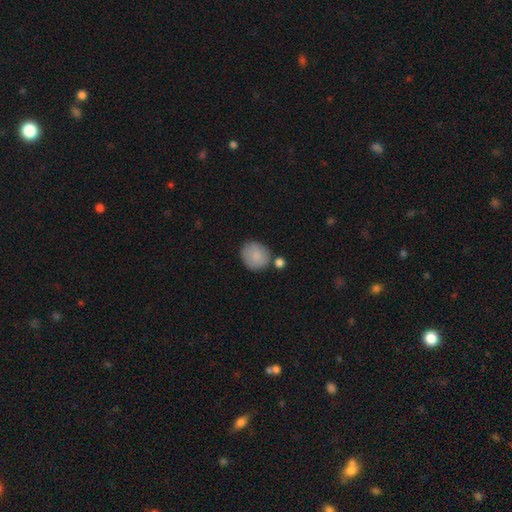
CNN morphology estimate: A smooth galaxy with no disk features (85%) that is round (77%).

Vote fractions:
- Smooth or featured? smooth: 85% / featured or disk: 9% / star or artifact: 6%
- How rounded? round: 77% / in between: 22% / cigar-shaped: 1%
- Merging? none: 68% / minor disturbance: 15% / merger: 12% / major disturbance: 4%